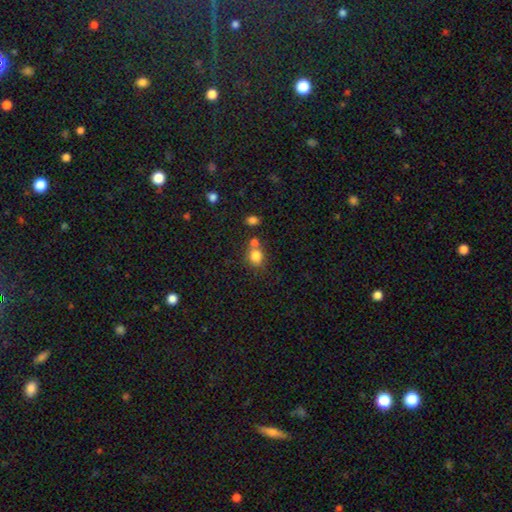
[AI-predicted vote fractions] Overall: smooth (82%). How rounded: round (70%). Merging: none (53%; merger 31%).